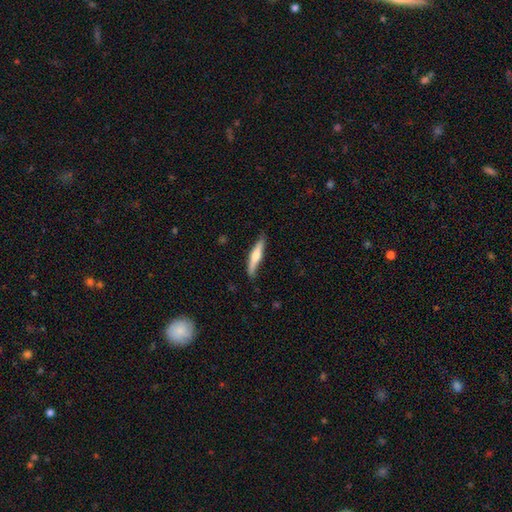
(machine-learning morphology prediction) A smooth galaxy with no disk features (54%) that is cigar-shaped (87%). Merging: none (81%).